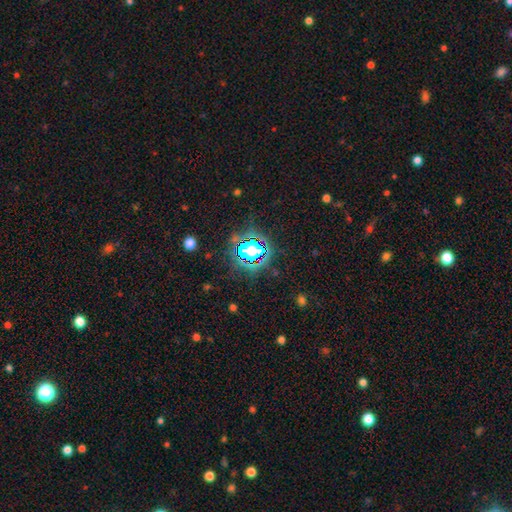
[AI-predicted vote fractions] This is likely a star or artifact rather than a galaxy (80%).